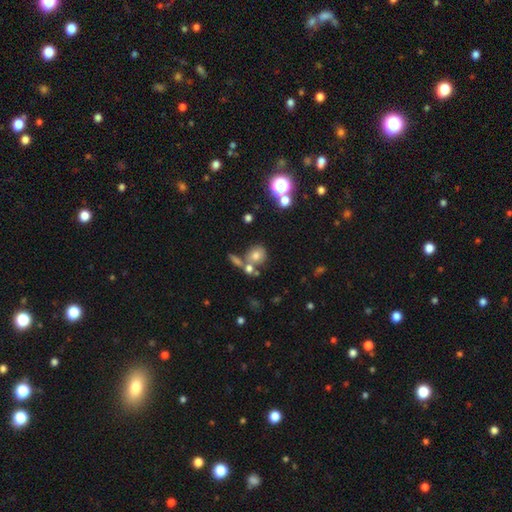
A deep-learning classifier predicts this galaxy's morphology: smooth-or-featured: smooth: 70% | star or artifact: 15% | featured or disk: 15%
  how-rounded: round: 78% | in between: 20% | cigar-shaped: 2%
  merging: none: 54% | merger: 29% | minor disturbance: 11% | major disturbance: 5%